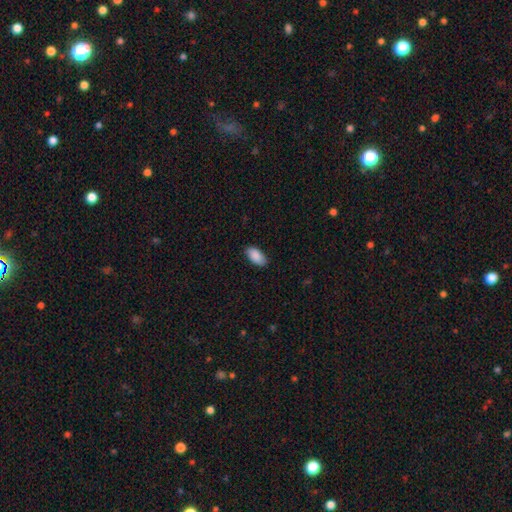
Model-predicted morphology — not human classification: Smooth or featured: smooth — 90% (star or artifact — 6%)
How rounded: in between — 94% (cigar-shaped — 3%)
Merging: none — 86% (minor disturbance — 11%)